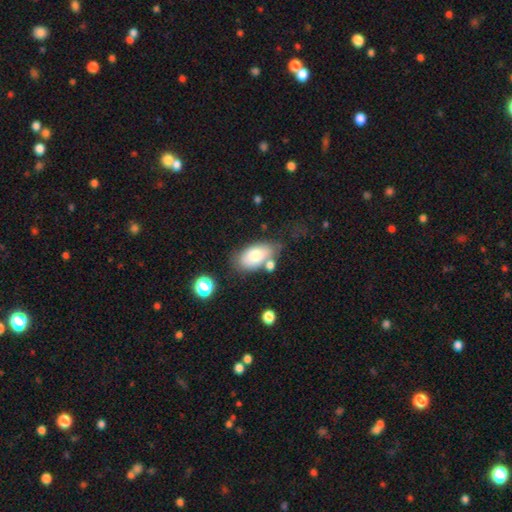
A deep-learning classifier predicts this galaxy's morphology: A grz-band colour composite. It shows a smooth galaxy with no disk features (75%) that is in between round and cigar-shaped (91%). Merging: none (57%).